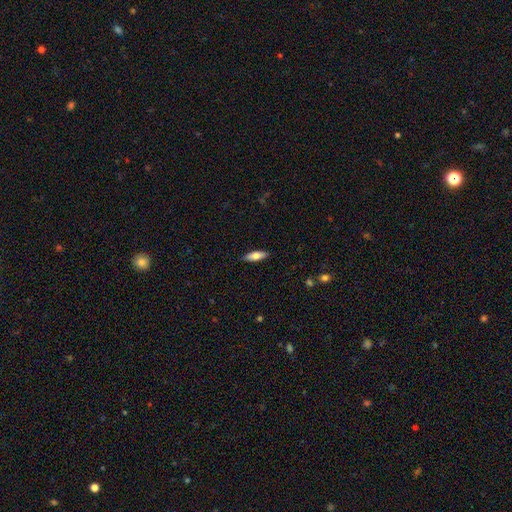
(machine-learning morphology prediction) type=smooth (70%); roundness=in between (56%); merging=none (88%).